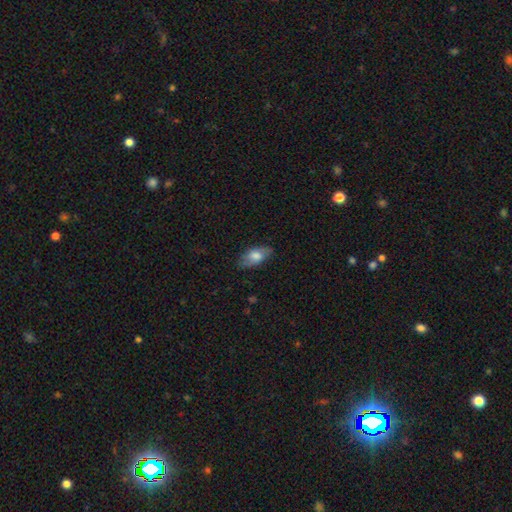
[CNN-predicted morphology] type=smooth (73%); roundness=in between (89%); merging=none (78%).